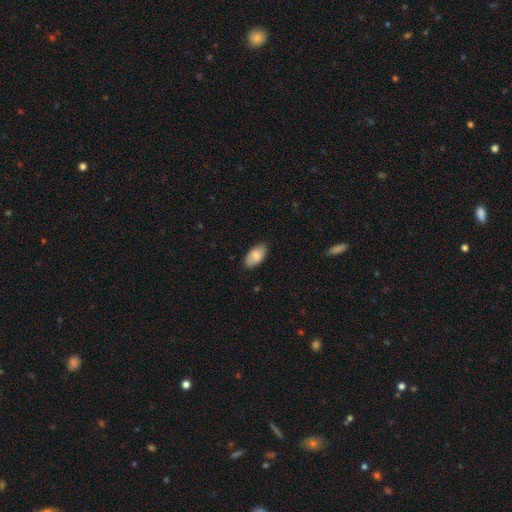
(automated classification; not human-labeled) Q: Smooth or featured?
A: smooth (84%); runner-up: featured or disk (10%)
Q: How rounded?
A: in between (95%); runner-up: round (3%)
Q: Merging?
A: none (83%); runner-up: minor disturbance (14%)